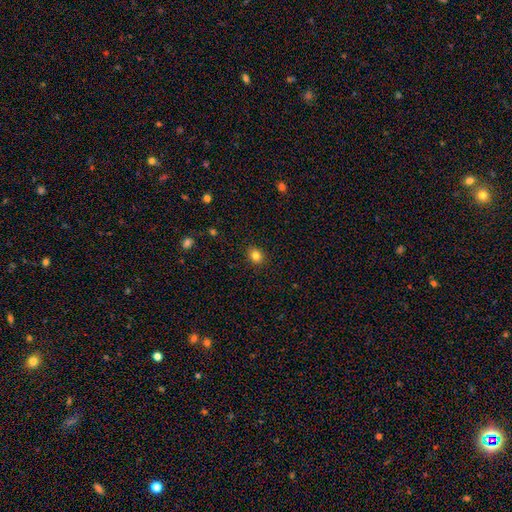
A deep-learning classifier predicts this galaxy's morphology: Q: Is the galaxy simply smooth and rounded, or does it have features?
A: smooth — 82%.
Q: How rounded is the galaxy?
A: round — 65%.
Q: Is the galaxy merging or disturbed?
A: none — 90%.